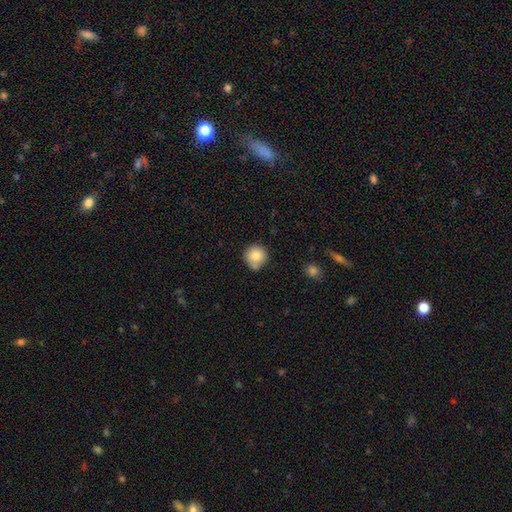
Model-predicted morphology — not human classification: This appears to be a smooth galaxy with no disk features (83%) that is round (93%). Merging: none (68%).